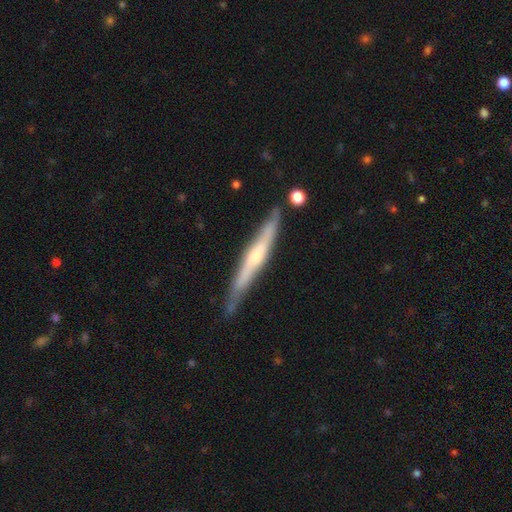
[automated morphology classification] Smooth or featured?
  - featured or disk: 65% *
  - smooth: 29%
  - star or artifact: 6%
Edge-on disk?
  - yes: 92% *
  - no: 8%
Edge-on bulge?
  - rounded: 63% *
  - none: 26%
  - boxy: 10%
Merging?
  - none: 76% *
  - minor disturbance: 18%
  - merger: 3%
  - major disturbance: 3%